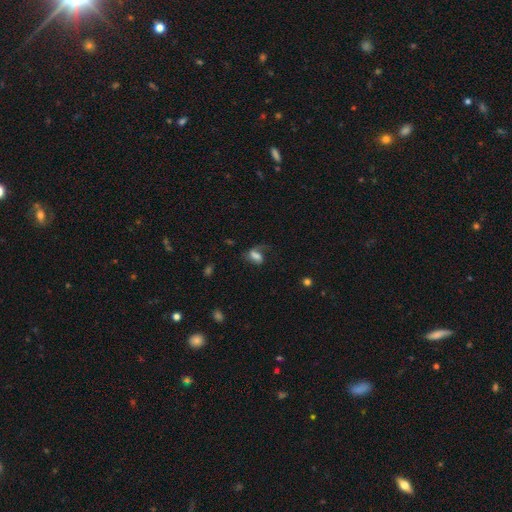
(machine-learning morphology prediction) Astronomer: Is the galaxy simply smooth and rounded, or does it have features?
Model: smooth — 48% (runner-up: featured or disk, 40%).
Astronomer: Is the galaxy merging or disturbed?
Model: none — 37%, tied with major disturbance at 37%.